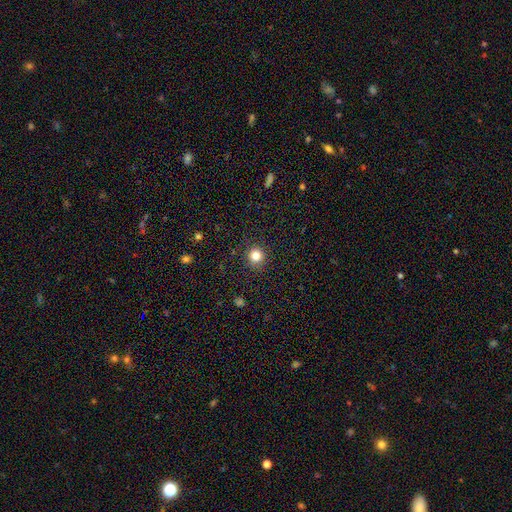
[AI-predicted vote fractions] smooth 81%, star or artifact 13%, featured or disk 6%. Down the decision tree: how rounded — round (93%); merging — none (91%).